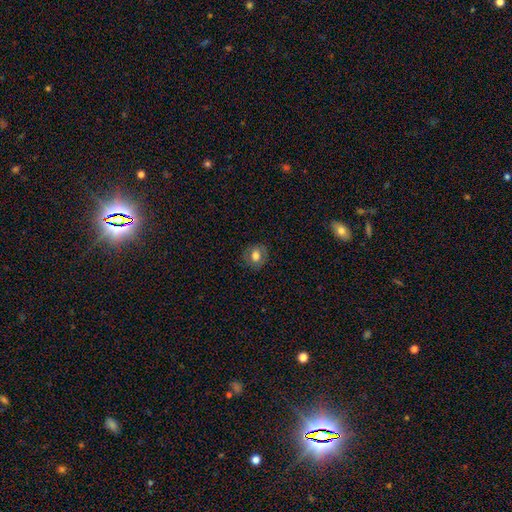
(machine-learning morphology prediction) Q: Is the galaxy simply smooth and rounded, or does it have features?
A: smooth — 71%.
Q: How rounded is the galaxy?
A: round — 69%.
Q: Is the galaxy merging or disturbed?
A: none — 83%.